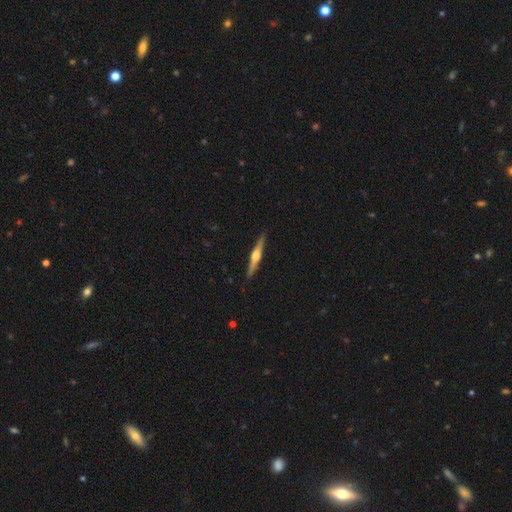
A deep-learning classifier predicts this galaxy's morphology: featured or disk 76%, smooth 19%, star or artifact 5%. Down the decision tree: edge-on disk — yes (98%); edge-on bulge — rounded (94%); merging — none (91%).